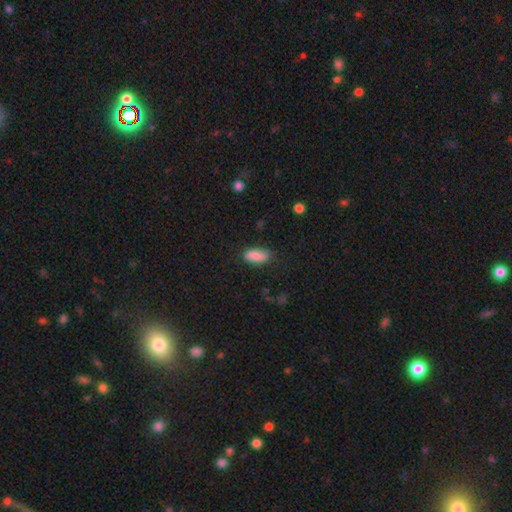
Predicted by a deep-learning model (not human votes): smooth 84%, featured or disk 9%, star or artifact 7%. Down the decision tree: how rounded — in between (86%); merging — none (72%).